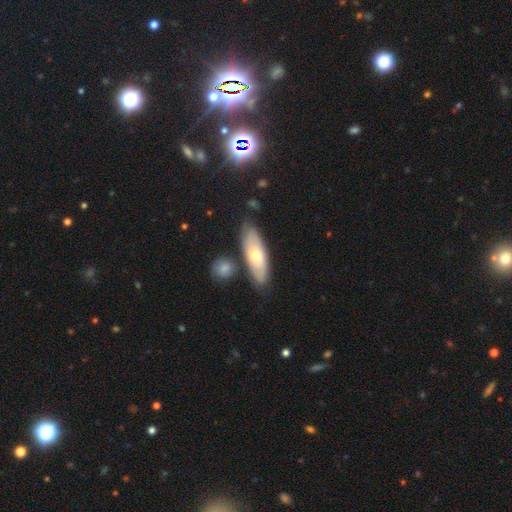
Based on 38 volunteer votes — Smooth or featured?
  - smooth: 68% *
  - featured or disk: 24%
  - star or artifact: 8%
How rounded?
  - in between: 81% *
  - cigar-shaped: 15%
  - round: 4%
Merging?
  - none: 80% *
  - merger: 9%
  - minor disturbance: 6%
  - major disturbance: 6%